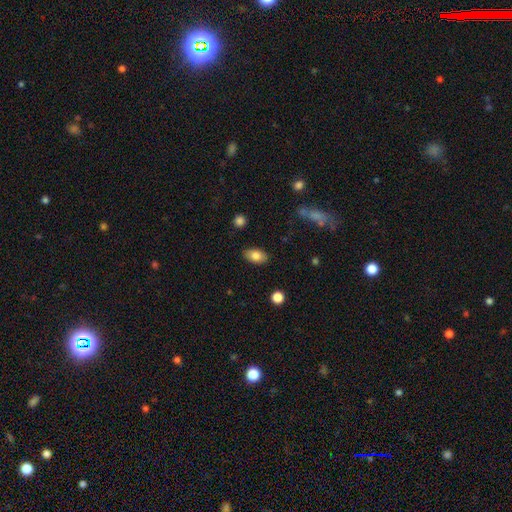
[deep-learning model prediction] This is clearly a smooth galaxy (81%). How rounded: clearly in between (91%). Merging: clearly none (86%).